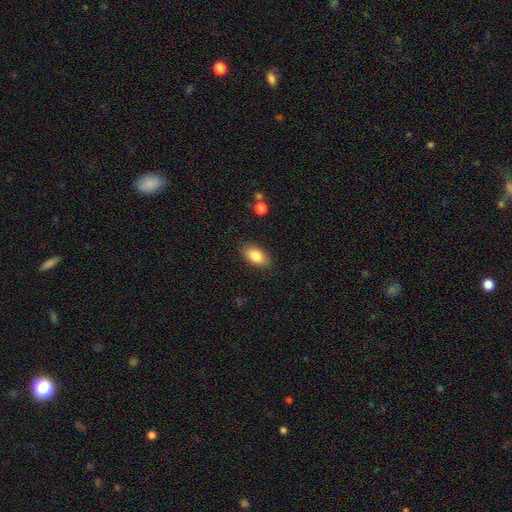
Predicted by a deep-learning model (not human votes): Morphology: type=smooth (83%); roundness=in between (90%); merging=none (86%).